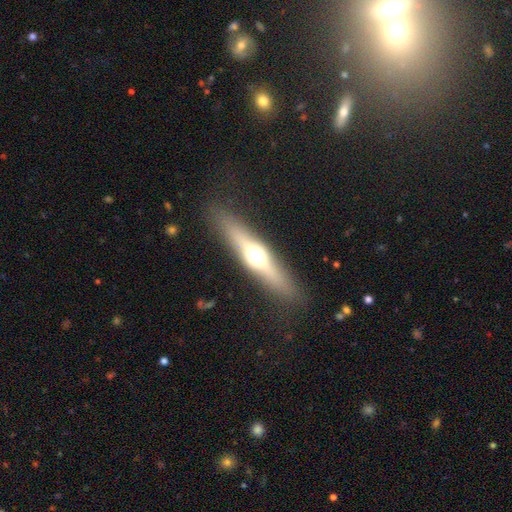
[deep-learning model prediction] Smooth or featured?
  - featured or disk: 56% *
  - smooth: 37%
  - star or artifact: 6%
Edge-on disk?
  - yes: 91% *
  - no: 9%
Edge-on bulge?
  - rounded: 93% *
  - none: 4%
  - boxy: 3%
Merging?
  - none: 88% *
  - minor disturbance: 8%
  - major disturbance: 3%
  - merger: 1%